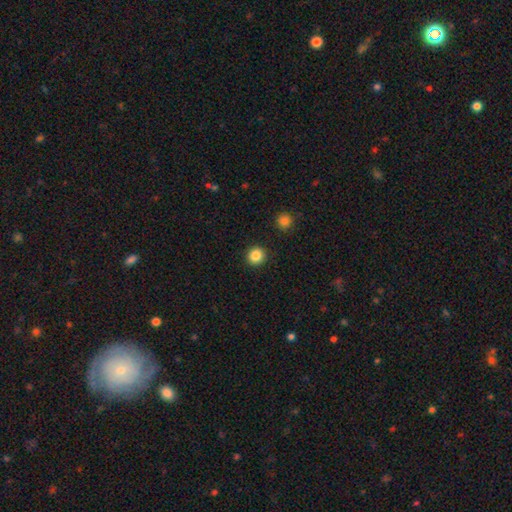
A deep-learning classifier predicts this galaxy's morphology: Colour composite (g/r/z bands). It shows a smooth galaxy with no disk features (86%) that is round (92%). Merging: none (92%).